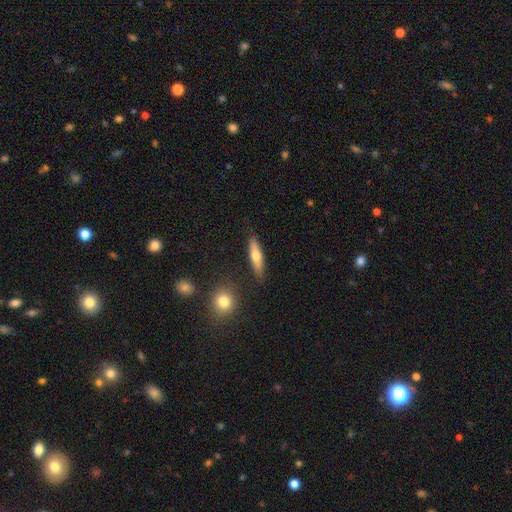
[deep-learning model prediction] Smooth or featured?
  - smooth: 56% *
  - featured or disk: 37%
  - star or artifact: 7%
How rounded?
  - cigar-shaped: 71% *
  - in between: 26%
  - round: 3%
Merging?
  - none: 85% *
  - minor disturbance: 10%
  - merger: 3%
  - major disturbance: 2%